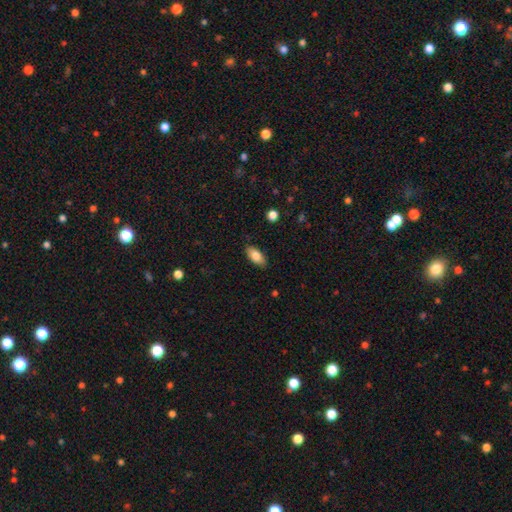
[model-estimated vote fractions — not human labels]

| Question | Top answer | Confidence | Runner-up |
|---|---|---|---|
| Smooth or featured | smooth | 82% | featured or disk (11%) |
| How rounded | in between | 89% | cigar-shaped (8%) |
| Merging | none | 86% | minor disturbance (11%) |